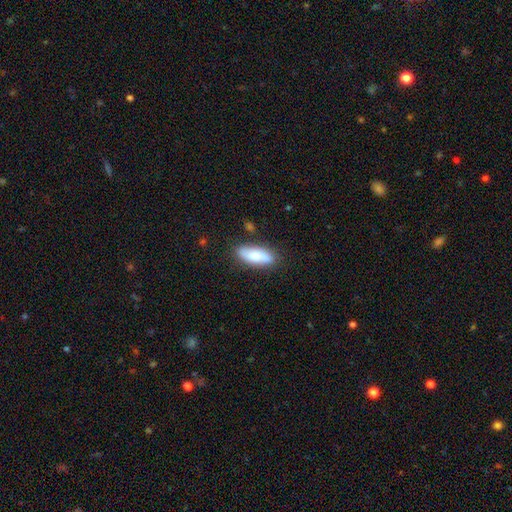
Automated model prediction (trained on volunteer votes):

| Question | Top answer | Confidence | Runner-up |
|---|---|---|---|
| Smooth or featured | smooth | 76% | featured or disk (18%) |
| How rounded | in between | 73% | cigar-shaped (25%) |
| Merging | none | 81% | minor disturbance (14%) |